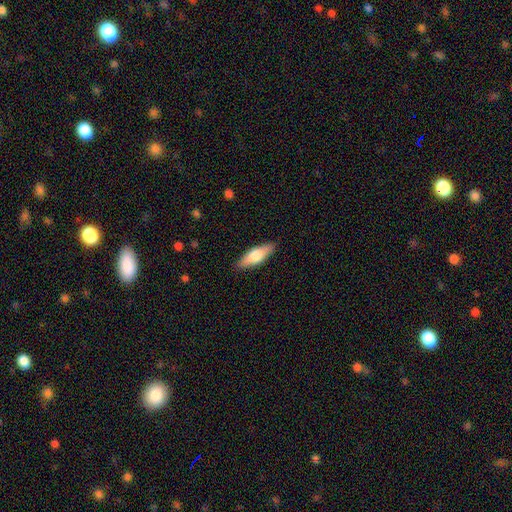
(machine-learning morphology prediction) Overall: smooth (63%; featured or disk 31%). How rounded: in between (56%; cigar-shaped 42%). Merging: none (88%).